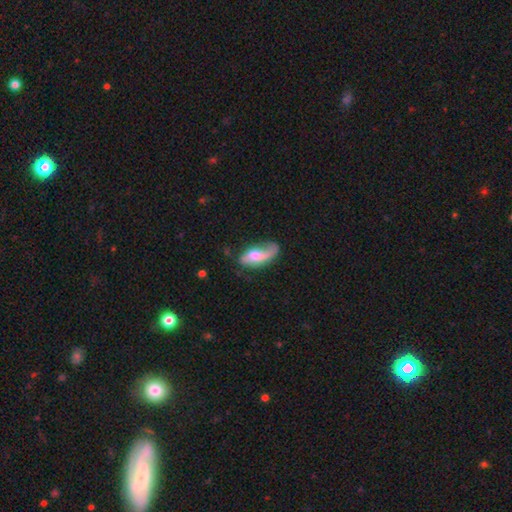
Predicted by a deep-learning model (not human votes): Smooth or featured? featured or disk (56%)
Edge-on disk? no (89%)
Merging? none (42%)